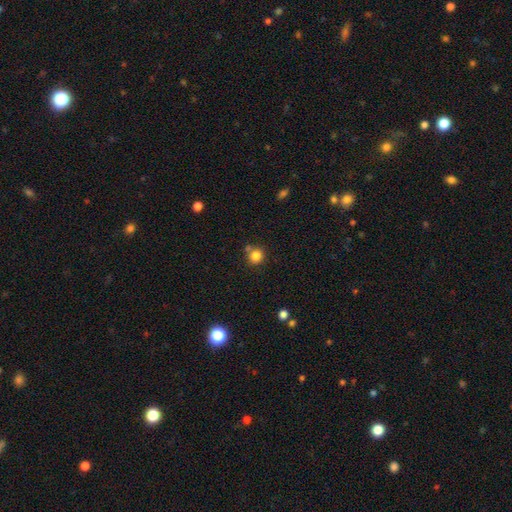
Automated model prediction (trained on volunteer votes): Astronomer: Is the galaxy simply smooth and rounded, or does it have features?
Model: smooth — 83%.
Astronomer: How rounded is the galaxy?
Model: round — 89%.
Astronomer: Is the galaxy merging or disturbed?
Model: none — 68%.